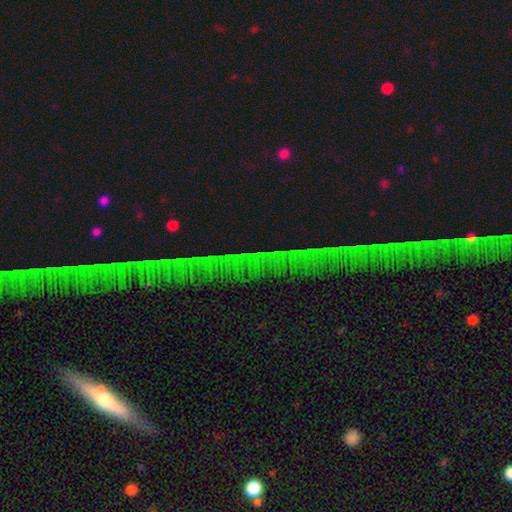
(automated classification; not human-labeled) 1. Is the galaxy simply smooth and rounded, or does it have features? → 75% star or artifact, 13% featured or disk, 11% smooth.